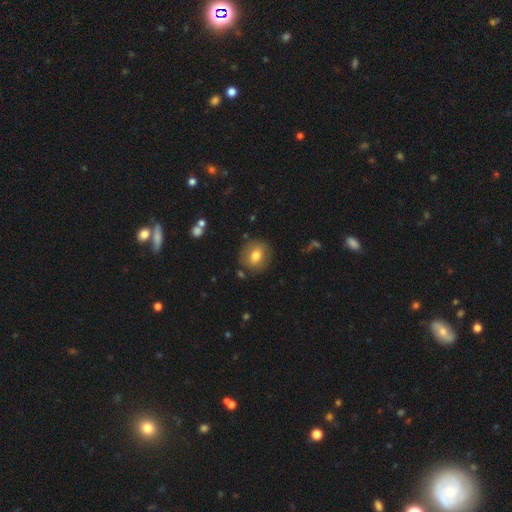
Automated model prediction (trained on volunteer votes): Q: Smooth or featured?
A: smooth (73%); runner-up: featured or disk (19%)
Q: How rounded?
A: round (77%); runner-up: in between (22%)
Q: Merging?
A: none (83%); runner-up: minor disturbance (11%)